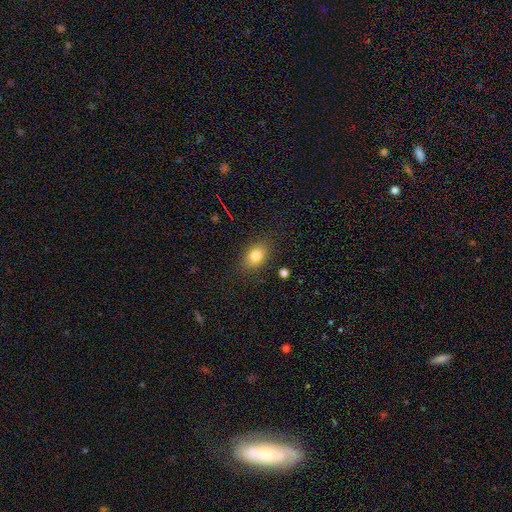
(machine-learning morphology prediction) Smooth or featured? Predicted: smooth (p=0.82). How rounded? Predicted: in between (p=0.74). Merging? Predicted: none (p=0.85).